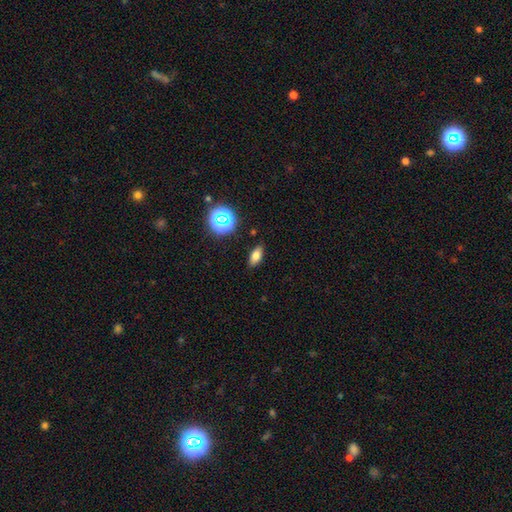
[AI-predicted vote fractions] Smooth or featured? smooth (73%)
How rounded? in between (80%)
Merging? none (87%)